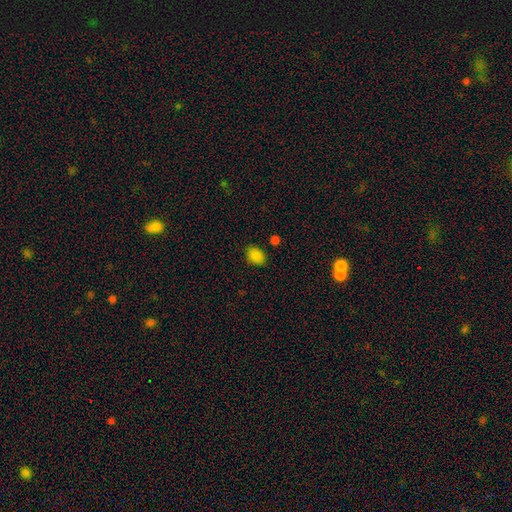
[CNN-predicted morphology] A smooth galaxy with no disk features (85%) that is in between round and cigar-shaped (70%). Merging: none (82%).